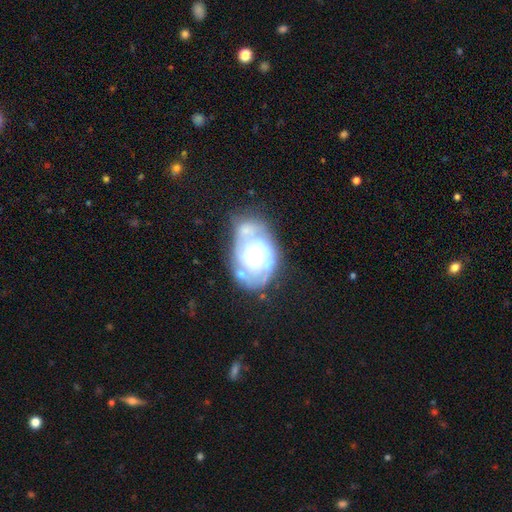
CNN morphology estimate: smooth_or_featured: featured or disk (p=0.71) [alt: smooth p=0.22]
disk_edge_on: no (p=0.97) [alt: yes p=0.03]
bar: no (p=0.70) [alt: weak p=0.24]
has_spiral_arms: yes (p=0.72) [alt: no p=0.28]
bulge_size: moderate (p=0.54) [alt: large p=0.27]
merging: none (p=0.42) [alt: minor disturbance p=0.26]